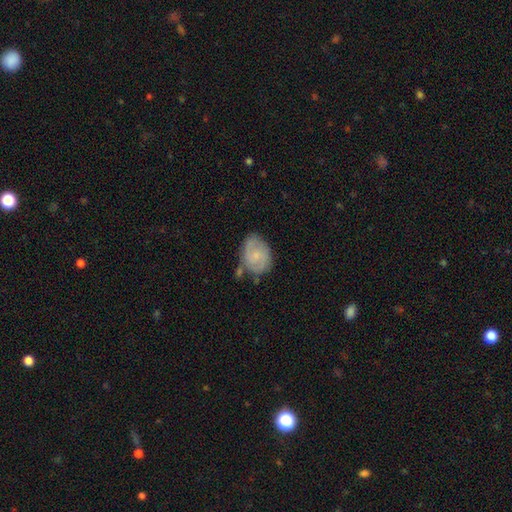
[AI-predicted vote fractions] Overall: featured or disk (53%; smooth 40%). Edge-on disk: no (97%). Bar: no (64%; weak 32%). Spiral arms: yes (84%). Bulge size: small (61%; moderate 23%). Merging: none (57%; minor disturbance 26%).